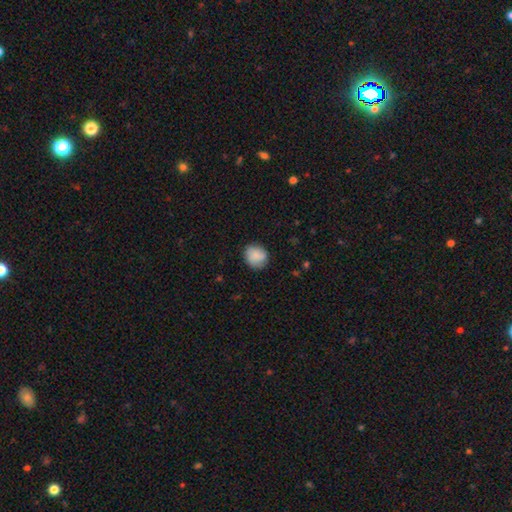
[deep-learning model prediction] smooth-or-featured: smooth: 83% | featured or disk: 10% | star or artifact: 7%
  how-rounded: round: 75% | in between: 24% | cigar-shaped: 1%
  merging: none: 79% | minor disturbance: 16% | major disturbance: 4% | merger: 1%